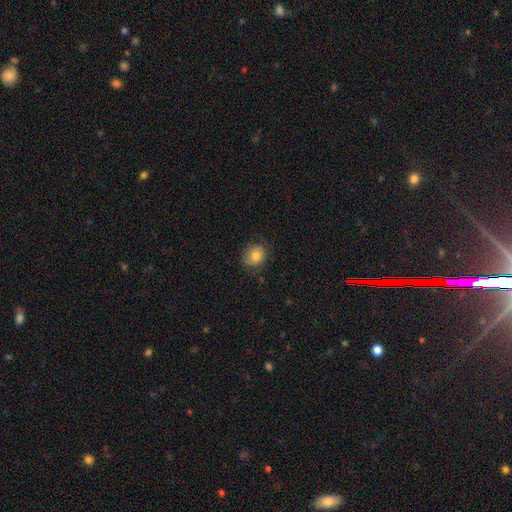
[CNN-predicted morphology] smooth-or-featured: smooth: 79% | featured or disk: 12% | star or artifact: 9%
  how-rounded: round: 67% | in between: 32% | cigar-shaped: 1%
  merging: none: 75% | minor disturbance: 19% | major disturbance: 5% | merger: 1%